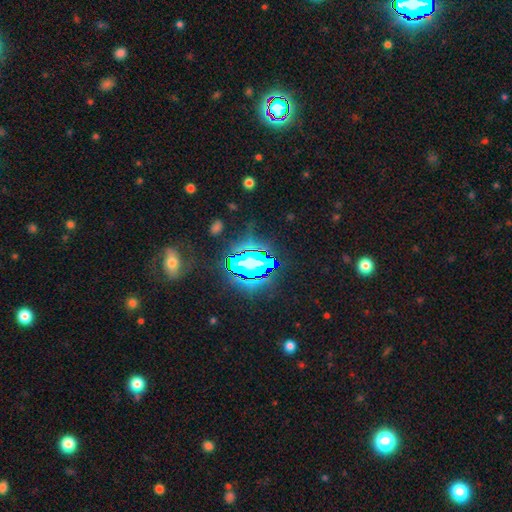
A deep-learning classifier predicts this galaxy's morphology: smooth-or-featured: star or artifact: 69% | smooth: 16% | featured or disk: 15%